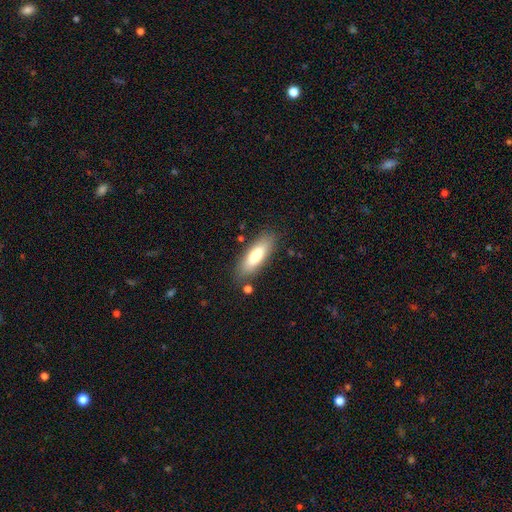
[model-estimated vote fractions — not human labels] Overall: smooth (73%). How rounded: in between (60%; cigar-shaped 38%). Merging: none (82%).